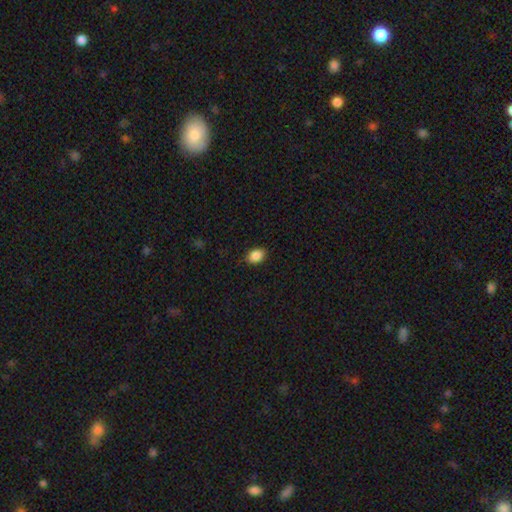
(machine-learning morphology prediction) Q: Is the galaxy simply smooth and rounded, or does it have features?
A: smooth — 89%.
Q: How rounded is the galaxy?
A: in between — 77%.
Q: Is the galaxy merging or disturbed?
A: none — 87%.